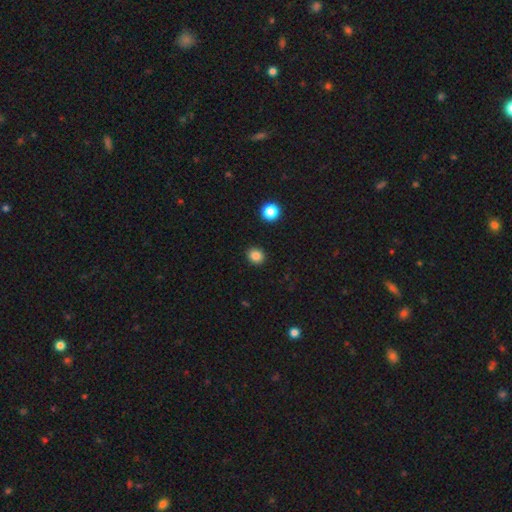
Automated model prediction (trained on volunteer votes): The model was most divided on "how rounded": round: 79%, in between: 20%, cigar-shaped: 1%. More confident: merging — none (91%); smooth or featured — smooth (85%).